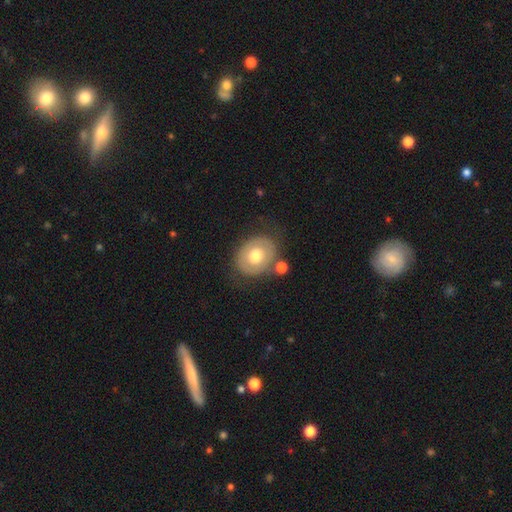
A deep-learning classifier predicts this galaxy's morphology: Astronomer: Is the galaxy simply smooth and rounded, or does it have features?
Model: smooth — 57% (runner-up: featured or disk, 37%).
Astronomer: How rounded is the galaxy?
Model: in between — 52% (runner-up: round, 47%).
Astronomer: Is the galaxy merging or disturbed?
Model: none — 70%.